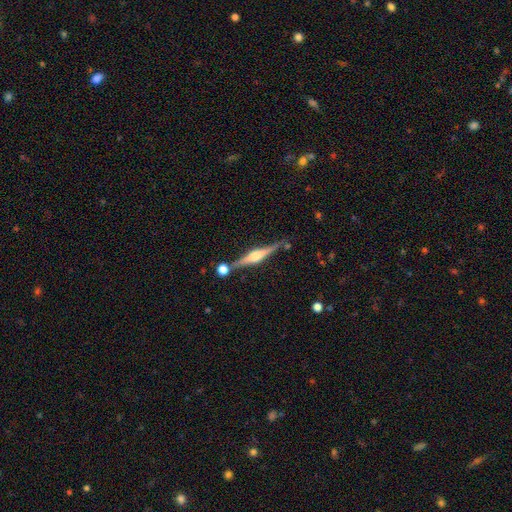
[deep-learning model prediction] Smooth or featured? featured or disk (82%)
Edge-on disk? yes (98%)
Edge-on bulge? rounded (88%)
Merging? none (80%)